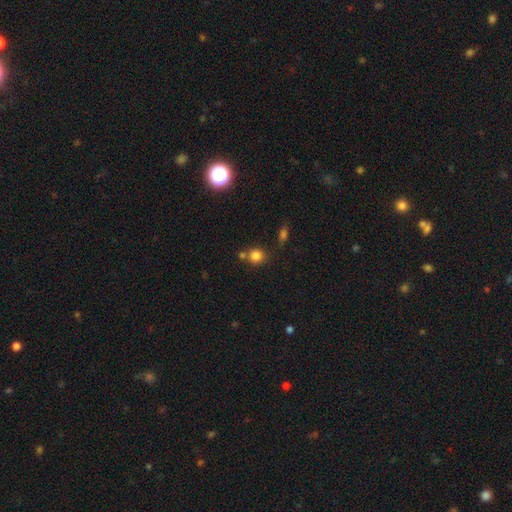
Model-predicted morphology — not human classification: Smooth or featured: smooth — 81% (star or artifact — 12%)
How rounded: round — 87% (in between — 12%)
Merging: none — 65% (merger — 21%)